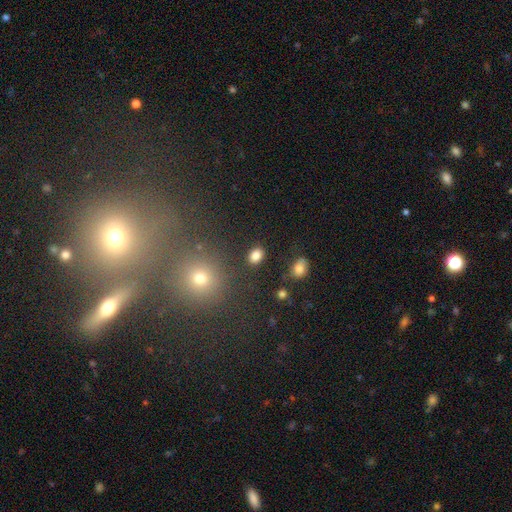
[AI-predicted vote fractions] smooth-or-featured: smooth: 84% | star or artifact: 11% | featured or disk: 5%
  how-rounded: in between: 74% | round: 25% | cigar-shaped: 1%
  merging: none: 85% | minor disturbance: 9% | merger: 3% | major disturbance: 3%